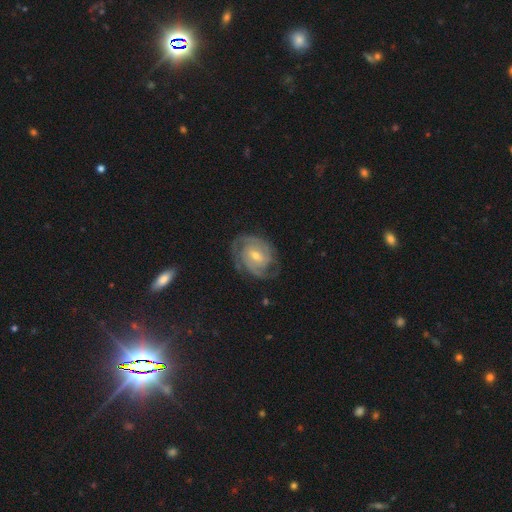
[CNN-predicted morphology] smooth-or-featured: featured or disk: 89% | smooth: 7% | star or artifact: 4%
  disk-edge-on: no: 98% | yes: 2%
    bar: weak: 50% | no: 33% | strong: 17%
    has-spiral-arms: yes: 97% | no: 3%
      spiral-winding: tight: 65% | medium: 29% | loose: 6%
      spiral-arm-count: 2: 65% | 3: 14% | can't tell: 11% | 4: 4% | 1: 3% | more than 4: 3%
    bulge-size: moderate: 50% | small: 46% | large: 2% | none: 1% | dominant: 1%
  merging: none: 77% | minor disturbance: 16% | major disturbance: 6% | merger: 1%